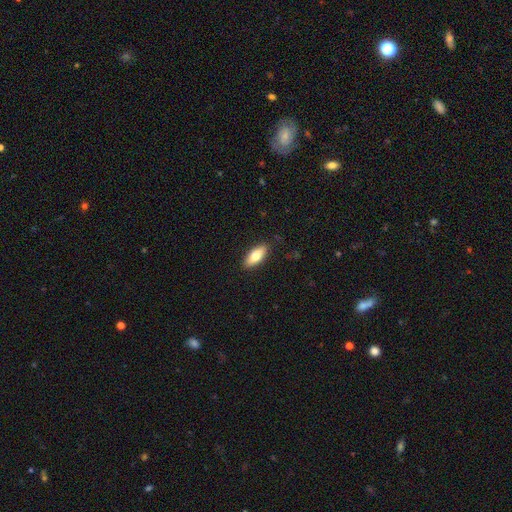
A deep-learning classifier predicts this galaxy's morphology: type=smooth (73%); roundness=in between (77%); merging=none (88%).